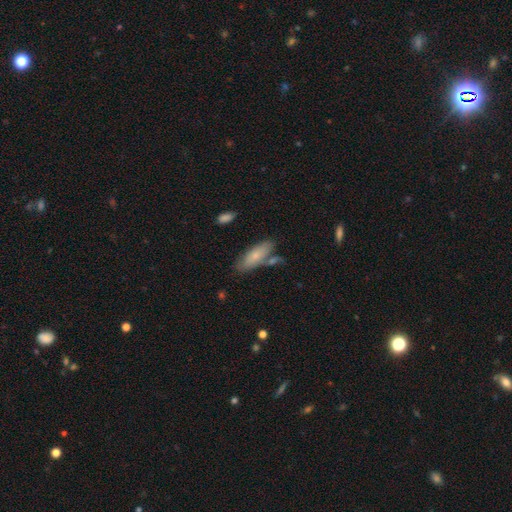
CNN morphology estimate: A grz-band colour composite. It shows a smooth galaxy with no disk features (74%) that is in between round and cigar-shaped (68%). Merging: none (65%).